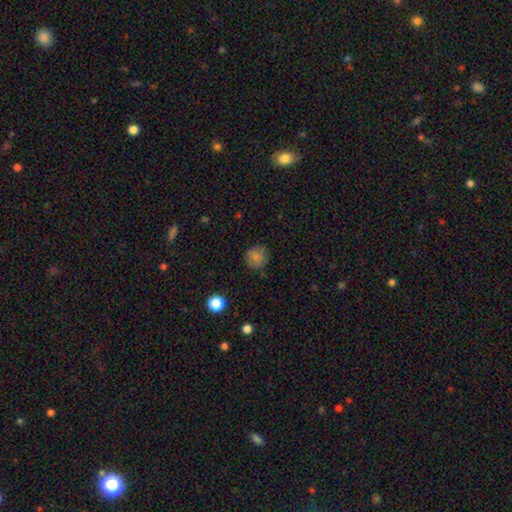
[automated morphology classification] A smooth galaxy with no disk features (73%) that is round (90%).

Vote fractions:
- Smooth or featured? smooth: 73% / star or artifact: 14% / featured or disk: 13%
- How rounded? round: 90% / in between: 9% / cigar-shaped: 1%
- Merging? none: 84% / minor disturbance: 12% / major disturbance: 3% / merger: 1%